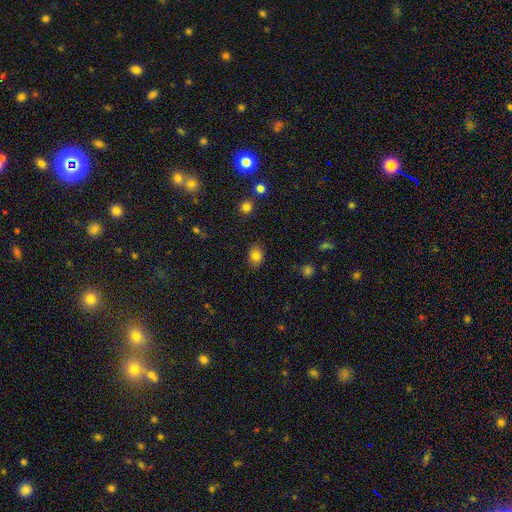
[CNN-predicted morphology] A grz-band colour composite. It shows a smooth galaxy with no disk features (81%) that is in between round and cigar-shaped (60%). Merging: none (84%).